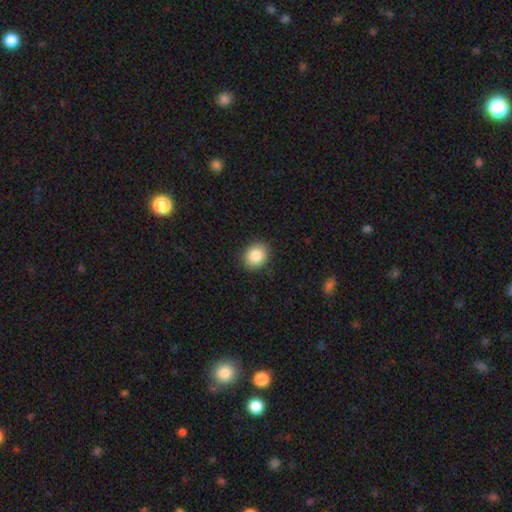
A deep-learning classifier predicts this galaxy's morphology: This appears to be a smooth galaxy with no disk features (87%) that is round (59%). Merging: none (89%).